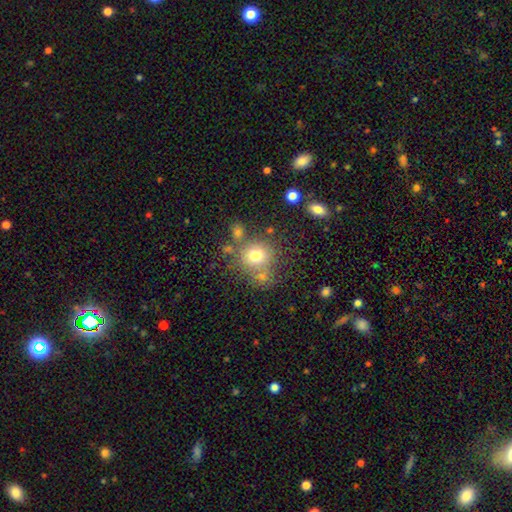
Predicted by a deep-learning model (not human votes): The model was most divided on "merging": none: 62%, merger: 18%, minor disturbance: 13%, major disturbance: 7%. More confident: how rounded — round (86%); smooth or featured — smooth (72%).